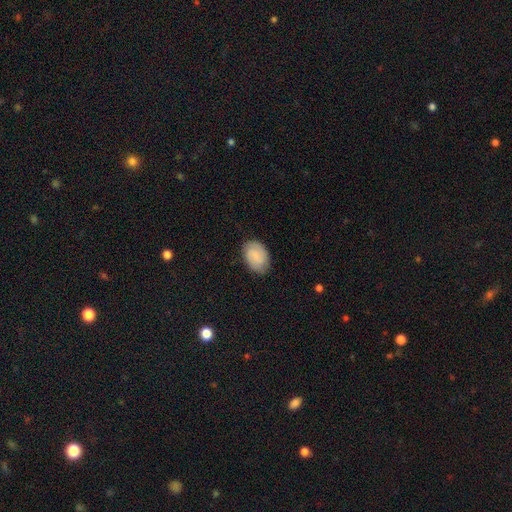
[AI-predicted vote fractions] Smooth or featured?
  - smooth: 67% *
  - featured or disk: 26%
  - star or artifact: 7%
How rounded?
  - in between: 84% *
  - round: 14%
  - cigar-shaped: 1%
Merging?
  - none: 83% *
  - minor disturbance: 14%
  - major disturbance: 3%
  - merger: 1%